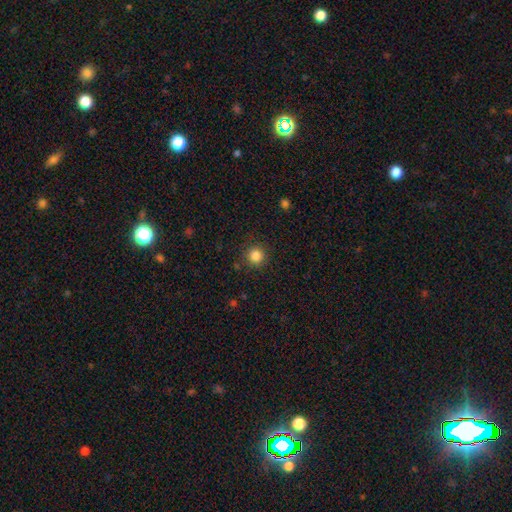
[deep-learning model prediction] Q: Smooth or featured?
A: smooth (84%); runner-up: star or artifact (12%)
Q: How rounded?
A: round (94%); runner-up: in between (5%)
Q: Merging?
A: none (88%); runner-up: minor disturbance (7%)